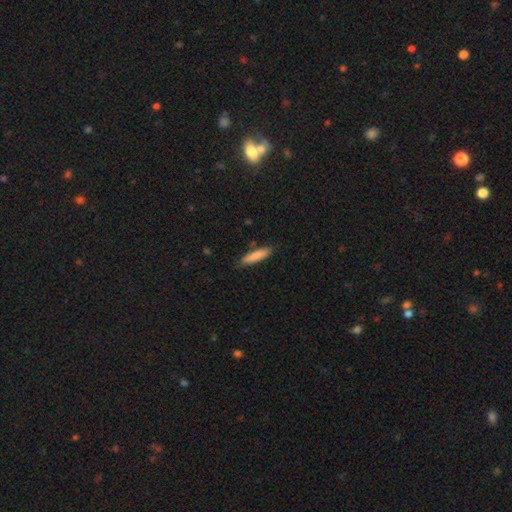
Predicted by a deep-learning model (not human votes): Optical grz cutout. It shows a smooth galaxy with no disk features (85%) that is cigar-shaped (77%). Merging: none (85%).